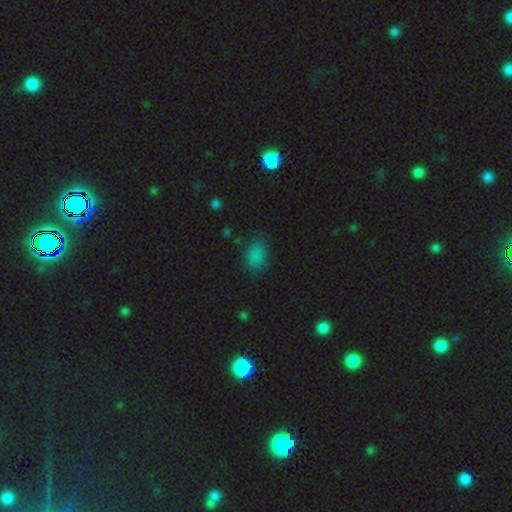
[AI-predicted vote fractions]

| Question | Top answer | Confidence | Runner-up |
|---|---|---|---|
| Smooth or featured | smooth | 80% | star or artifact (15%) |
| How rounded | in between | 74% | round (24%) |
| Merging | none | 76% | minor disturbance (17%) |